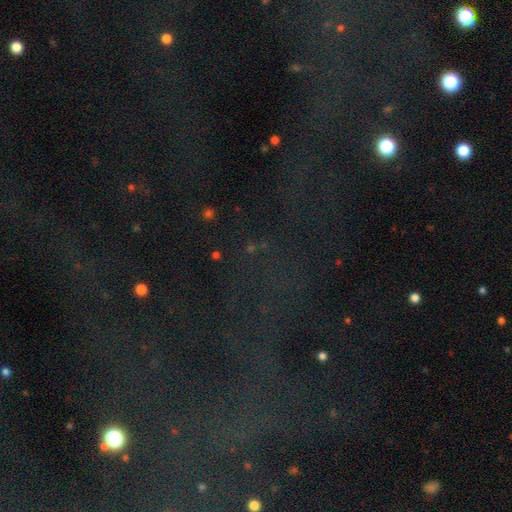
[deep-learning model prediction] Morphology: type=star or artifact (73%).